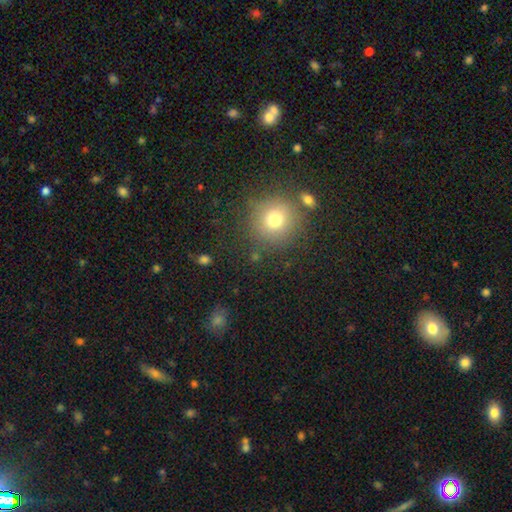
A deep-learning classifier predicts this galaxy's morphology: A smooth galaxy with no disk features (69%) that is round (90%).

Vote fractions:
- Smooth or featured? smooth: 69% / star or artifact: 20% / featured or disk: 11%
- How rounded? round: 90% / in between: 9% / cigar-shaped: 1%
- Merging? none: 81% / minor disturbance: 10% / merger: 5% / major disturbance: 4%